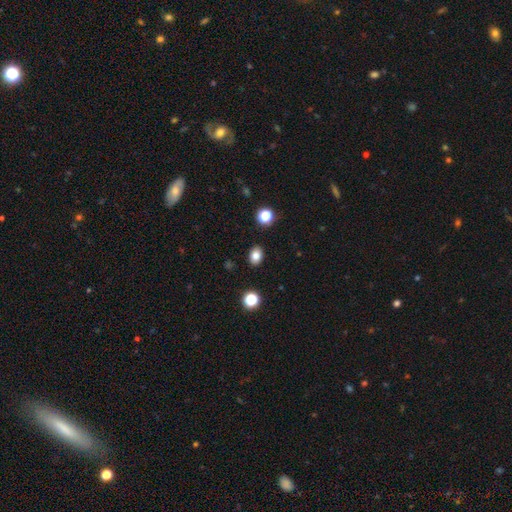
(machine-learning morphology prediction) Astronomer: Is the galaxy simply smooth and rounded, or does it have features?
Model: smooth — 82%.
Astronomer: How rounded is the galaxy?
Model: in between — 66%.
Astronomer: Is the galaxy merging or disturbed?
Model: none — 88%.